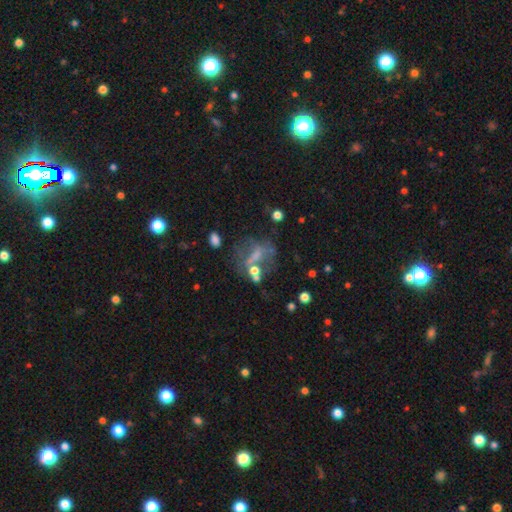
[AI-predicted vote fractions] This is marginally a featured or disk galaxy (44%). Merging: marginally none (40%).